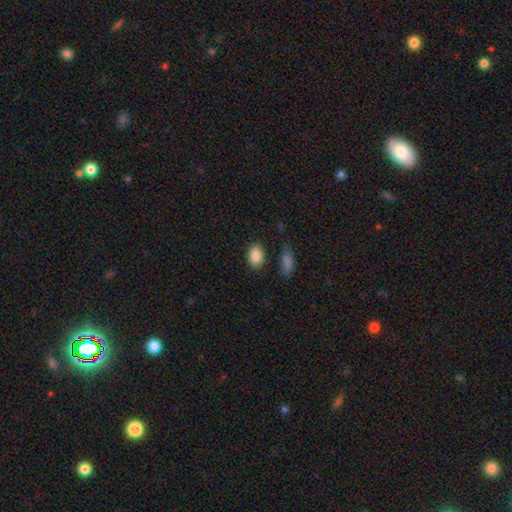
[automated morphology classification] Smooth or featured?
  - smooth: 88% *
  - star or artifact: 8%
  - featured or disk: 4%
How rounded?
  - in between: 81% *
  - round: 17%
  - cigar-shaped: 1%
Merging?
  - none: 82% *
  - minor disturbance: 11%
  - merger: 4%
  - major disturbance: 3%